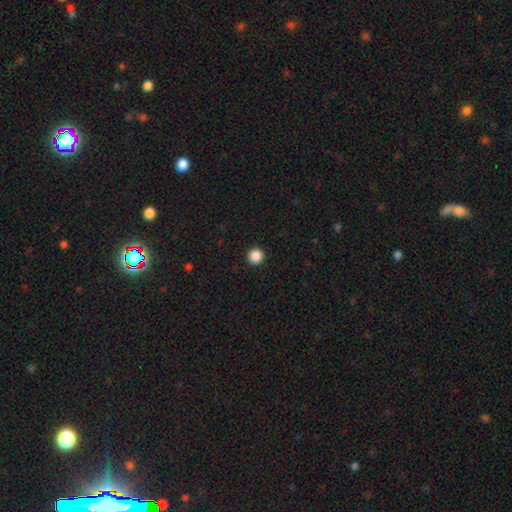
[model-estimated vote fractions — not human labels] This appears to be a smooth galaxy with no disk features (87%) that is round (94%). Merging: none (93%).